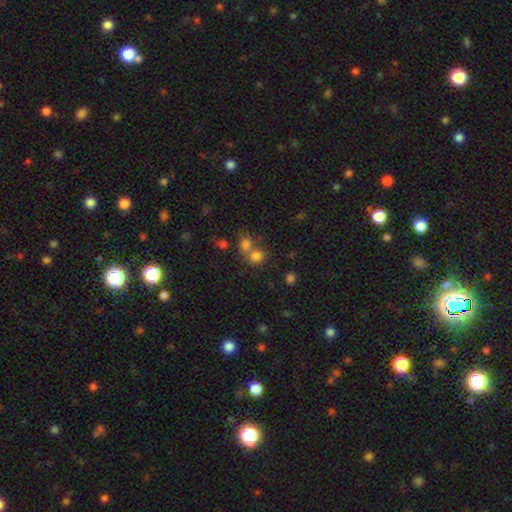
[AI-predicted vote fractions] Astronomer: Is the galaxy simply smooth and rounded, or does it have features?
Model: smooth — 76%.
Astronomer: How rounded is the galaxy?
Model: round — 75%.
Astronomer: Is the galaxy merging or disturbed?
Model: merger — 45% (runner-up: none, 43%).